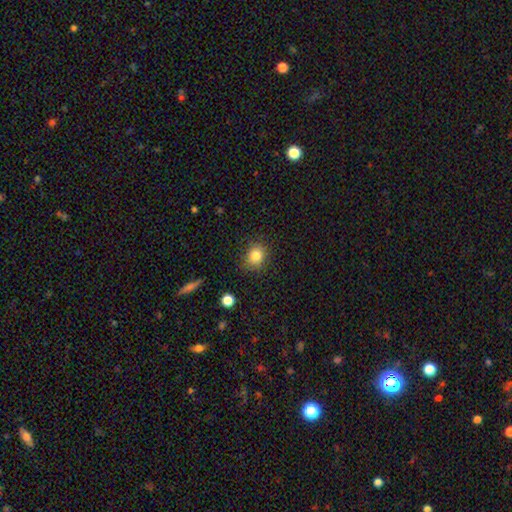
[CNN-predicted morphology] This is clearly a smooth galaxy (83%). How rounded: likely round (75%). Merging: clearly none (84%).